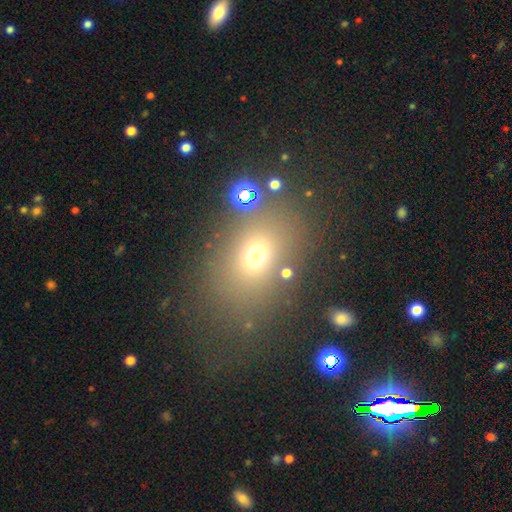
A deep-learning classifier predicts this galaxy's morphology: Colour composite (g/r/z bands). It shows a smooth galaxy with no disk features (66%) that is in between round and cigar-shaped (59%). Merging: none (74%).